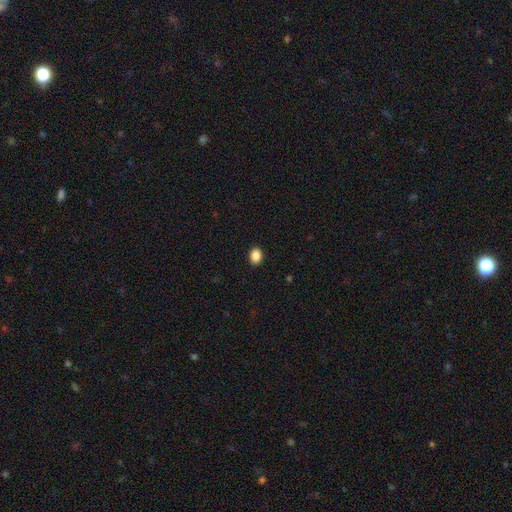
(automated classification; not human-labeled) Morphology: type=smooth (88%); roundness=in between (69%); merging=none (91%).